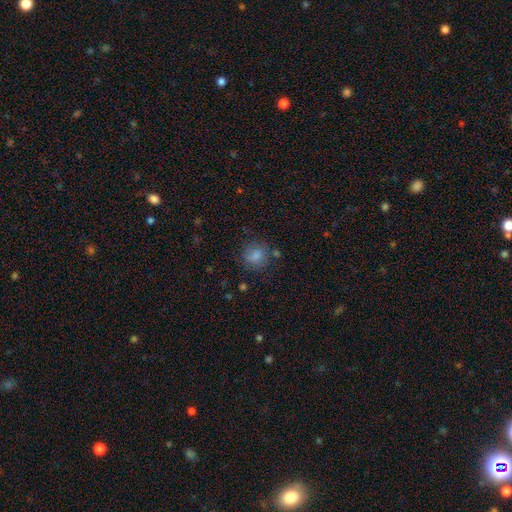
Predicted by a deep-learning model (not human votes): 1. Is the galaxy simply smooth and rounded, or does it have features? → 81% smooth, 11% star or artifact, 8% featured or disk.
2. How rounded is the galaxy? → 78% round, 20% in between, 1% cigar-shaped.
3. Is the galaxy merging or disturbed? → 73% none, 16% minor disturbance, 7% major disturbance, 4% merger.